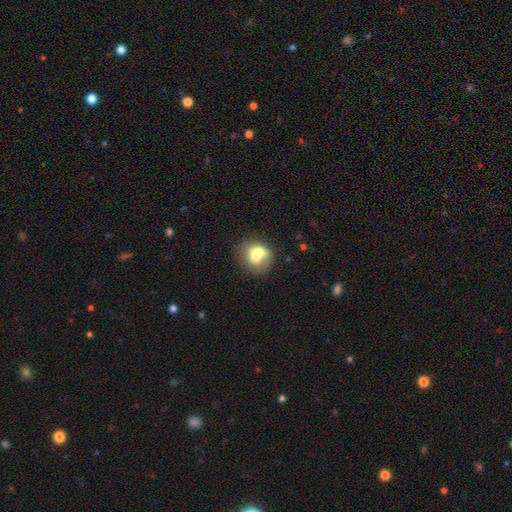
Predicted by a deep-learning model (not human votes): Q: Smooth or featured?
A: smooth (66%); runner-up: featured or disk (24%)
Q: How rounded?
A: round (72%); runner-up: in between (27%)
Q: Merging?
A: merger (48%); runner-up: none (34%)